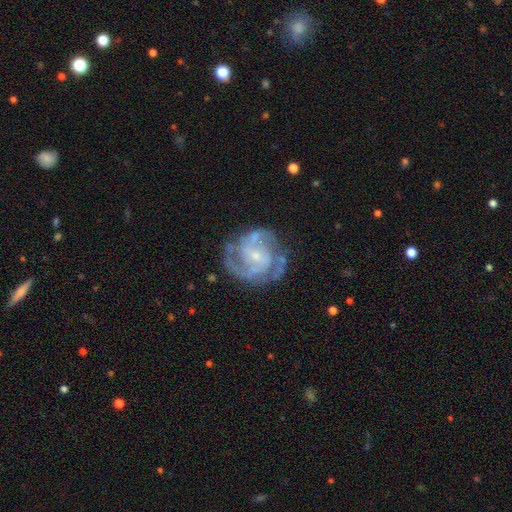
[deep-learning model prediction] smooth_or_featured: featured or disk (p=0.86) [alt: smooth p=0.08]
disk_edge_on: no (p=0.98) [alt: yes p=0.02]
bar: no (p=0.47) [alt: weak p=0.42]
has_spiral_arms: yes (p=0.94) [alt: no p=0.06]
spiral_winding: tight (p=0.45) [alt: medium p=0.44]
spiral_arm_count: 2 (p=0.43) [alt: 3 p=0.25]
bulge_size: small (p=0.72) [alt: moderate p=0.21]
merging: none (p=0.66) [alt: minor disturbance p=0.19]